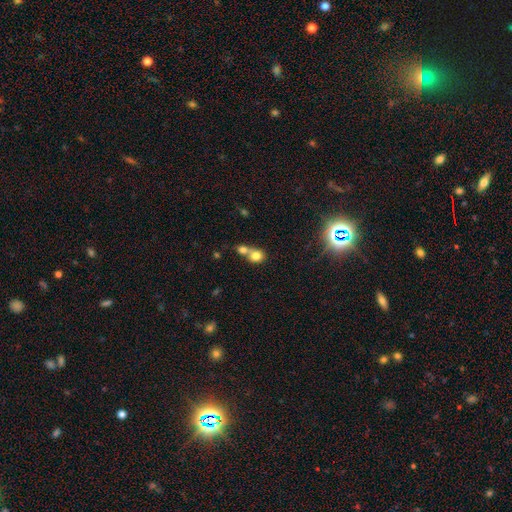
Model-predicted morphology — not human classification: type=smooth (76%); roundness=round (73%); merging=merger (61%).